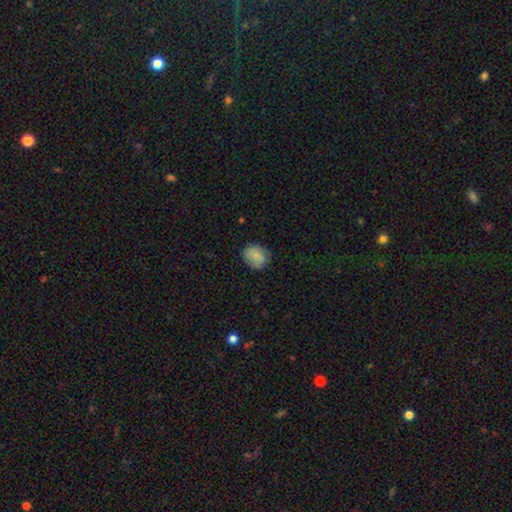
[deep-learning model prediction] Q: Smooth or featured?
A: smooth (79%); runner-up: featured or disk (13%)
Q: How rounded?
A: round (67%); runner-up: in between (32%)
Q: Merging?
A: none (76%); runner-up: minor disturbance (18%)